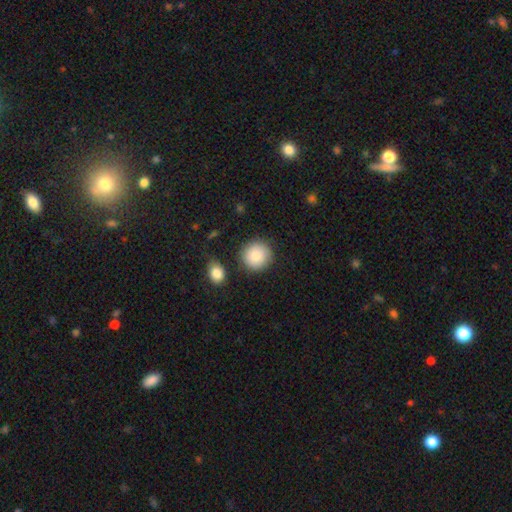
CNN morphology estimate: Smooth or featured?
  - smooth: 86% *
  - star or artifact: 7%
  - featured or disk: 7%
How rounded?
  - round: 93% *
  - in between: 6%
  - cigar-shaped: 1%
Merging?
  - none: 83% *
  - minor disturbance: 10%
  - merger: 4%
  - major disturbance: 3%